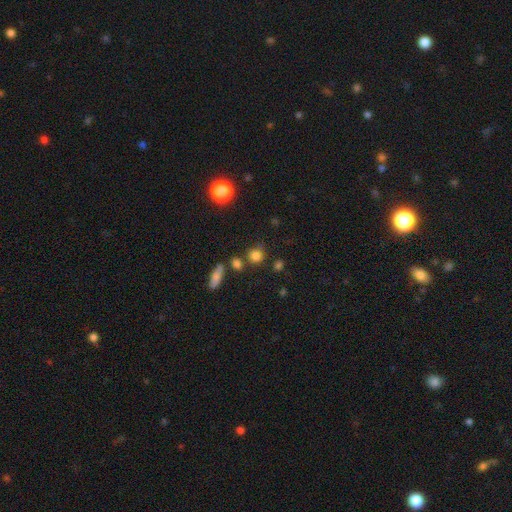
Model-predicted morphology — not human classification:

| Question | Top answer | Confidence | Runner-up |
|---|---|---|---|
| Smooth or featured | smooth | 81% | star or artifact (13%) |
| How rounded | round | 83% | in between (15%) |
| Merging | none | 71% | minor disturbance (13%) |